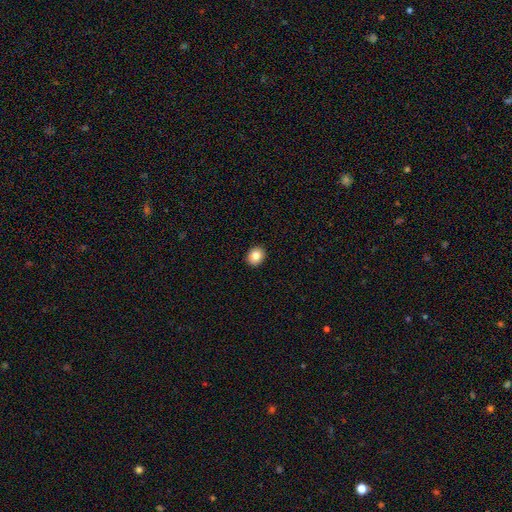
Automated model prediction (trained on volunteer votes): Morphology: type=smooth (85%); roundness=round (63%); merging=none (92%).